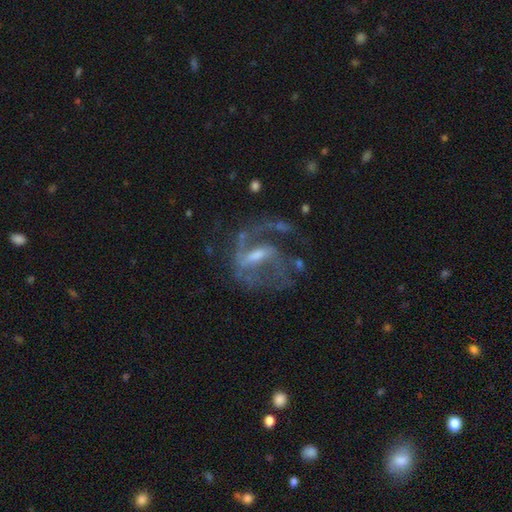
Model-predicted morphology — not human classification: Overall: featured or disk (85%). Edge-on disk: no (96%). Bar: weak (45%; strong 41%). Spiral arms: yes (91%). Spiral arm count: 2 (60%; 1 22%). Spiral winding: medium (51%; loose 31%). Bulge size: moderate (42%; small 39%). Merging: none (47%; major disturbance 31%).